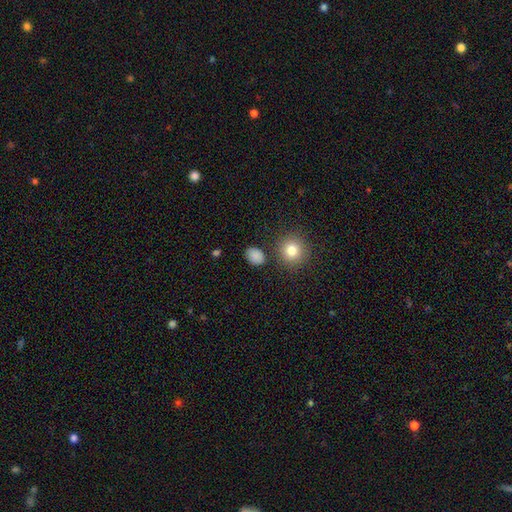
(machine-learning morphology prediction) This is clearly a smooth galaxy (85%). How rounded: possibly in between (57%). Merging: clearly none (82%).